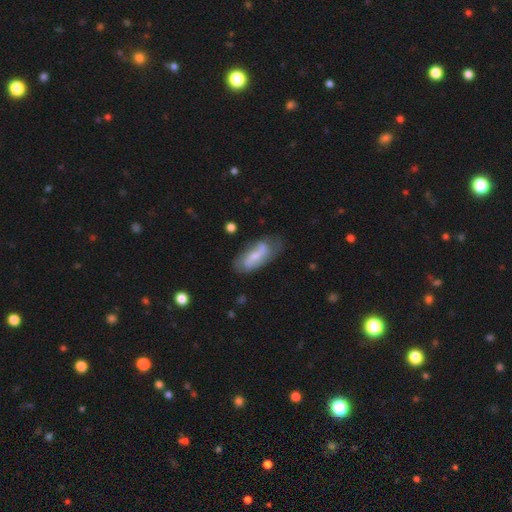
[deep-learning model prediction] Smooth or featured?
  - featured or disk: 63% *
  - smooth: 30%
  - star or artifact: 6%
Edge-on disk?
  - no: 91% *
  - yes: 9%
Bar?
  - weak: 44% *
  - no: 31%
  - strong: 25%
Spiral arms?
  - yes: 85% *
  - no: 15%
Bulge size?
  - small: 53% *
  - moderate: 35%
  - none: 7%
  - large: 3%
  - dominant: 1%
Merging?
  - none: 61% *
  - minor disturbance: 26%
  - major disturbance: 10%
  - merger: 4%